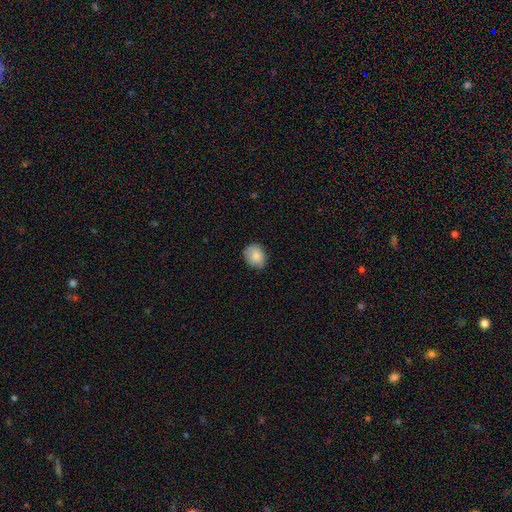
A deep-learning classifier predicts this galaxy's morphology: A smooth galaxy with no disk features (85%) that is round (50%). Merging: none (75%).